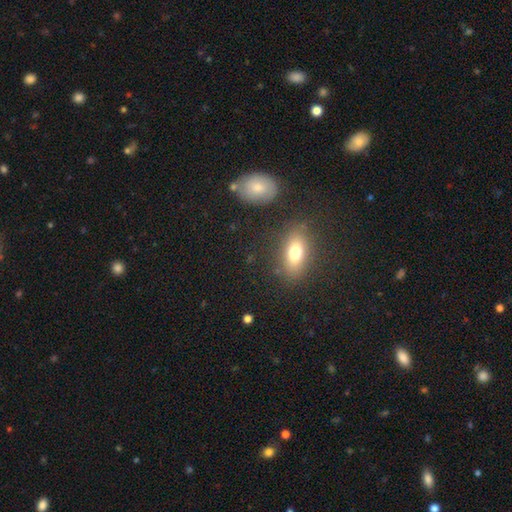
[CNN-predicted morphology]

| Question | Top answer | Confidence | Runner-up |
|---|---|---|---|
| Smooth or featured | smooth | 54% | featured or disk (25%) |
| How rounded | in between | 70% | cigar-shaped (17%) |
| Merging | none | 81% | minor disturbance (10%) |